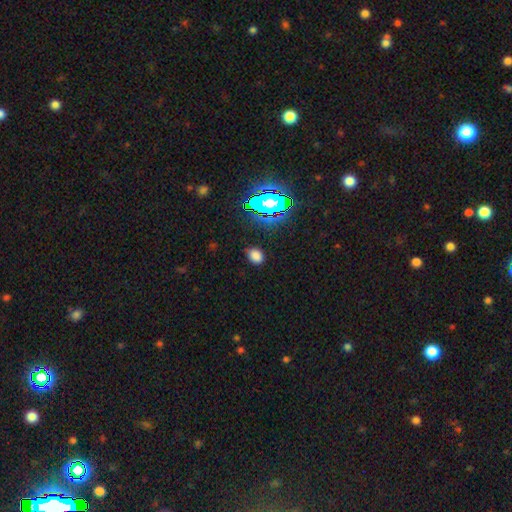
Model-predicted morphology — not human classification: Smooth or featured: smooth — 72% (star or artifact — 21%)
How rounded: in between — 65% (round — 34%)
Merging: none — 82% (minor disturbance — 13%)